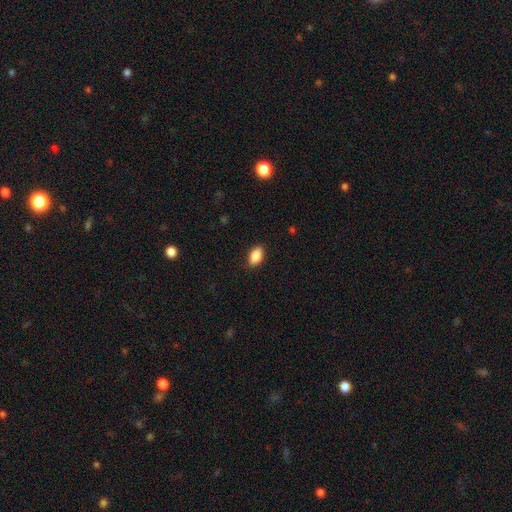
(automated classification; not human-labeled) Overall: smooth (88%). How rounded: in between (91%). Merging: none (85%).